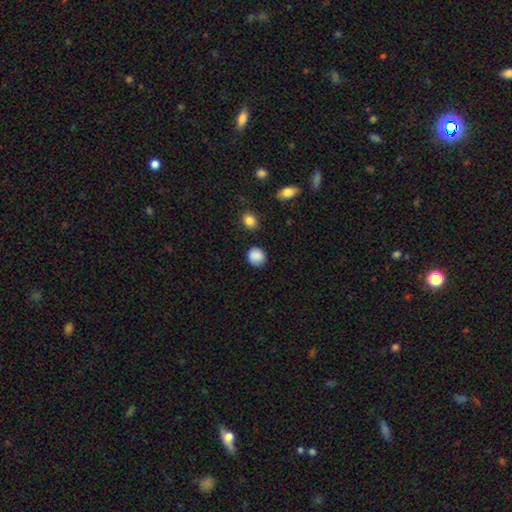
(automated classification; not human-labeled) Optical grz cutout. It shows a smooth galaxy with no disk features (87%) that is round (83%). Merging: none (84%).